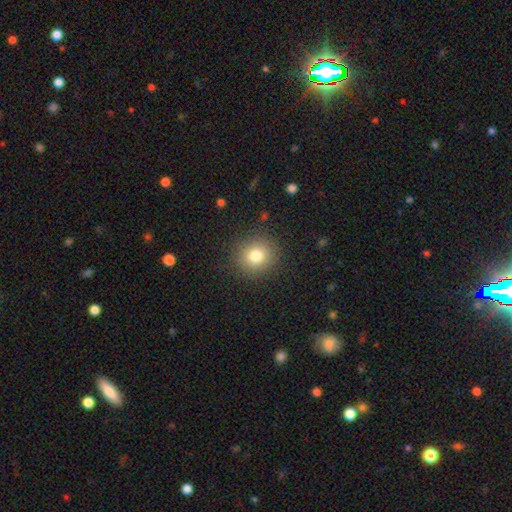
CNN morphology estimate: Overall: smooth (79%). How rounded: round (88%). Merging: none (88%).